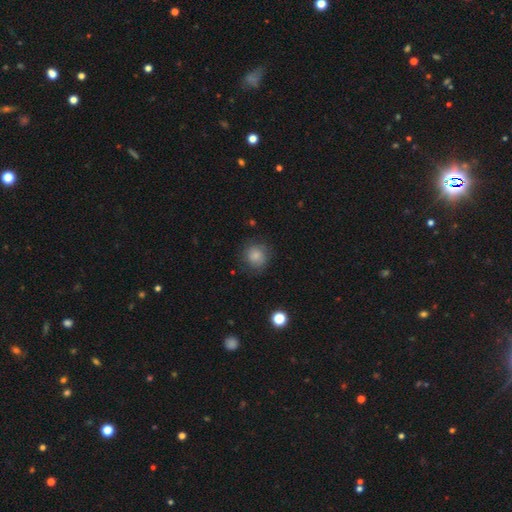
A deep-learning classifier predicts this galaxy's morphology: This is clearly a smooth galaxy (81%). How rounded: clearly round (89%). Merging: likely none (77%).